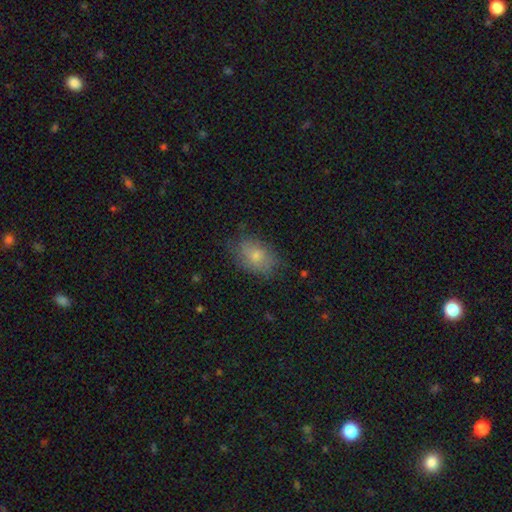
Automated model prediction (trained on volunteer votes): The model was most divided on "merging": none: 75%, minor disturbance: 19%, major disturbance: 5%, merger: 1%. More confident: how rounded — in between (83%); smooth or featured — smooth (74%).